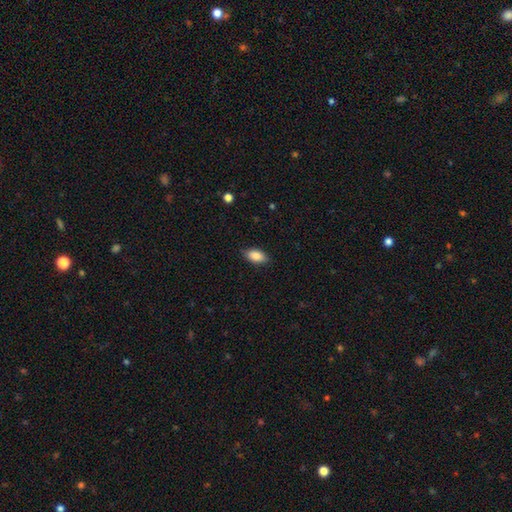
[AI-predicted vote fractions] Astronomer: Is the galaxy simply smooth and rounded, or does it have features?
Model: smooth — 85%.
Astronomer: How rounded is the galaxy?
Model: in between — 90%.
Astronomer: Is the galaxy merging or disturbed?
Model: none — 84%.